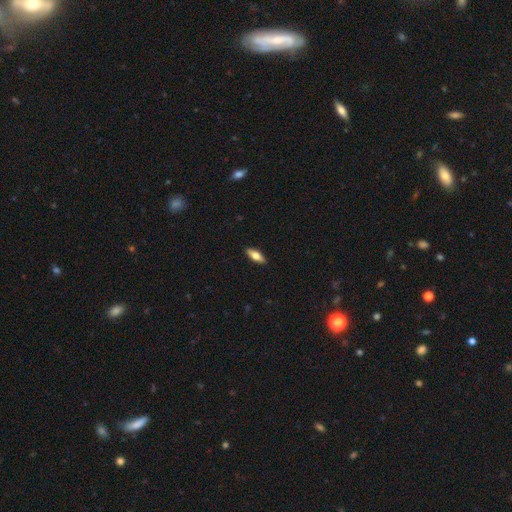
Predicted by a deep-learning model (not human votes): Overall: smooth (66%; featured or disk 28%). How rounded: in between (68%; cigar-shaped 29%). Merging: none (90%).